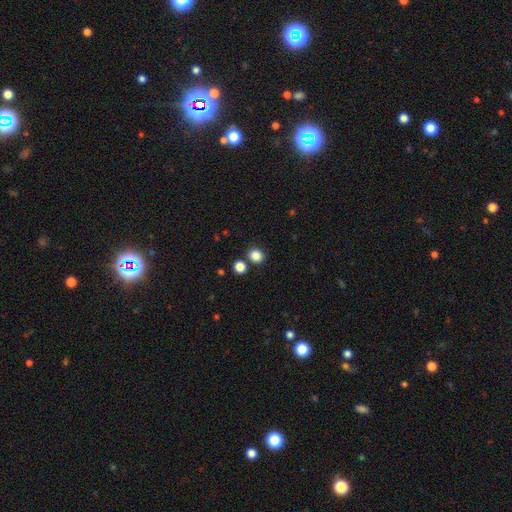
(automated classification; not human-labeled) smooth 85%, star or artifact 12%, featured or disk 3%. Down the decision tree: how rounded — round (79%); merging — none (80%).